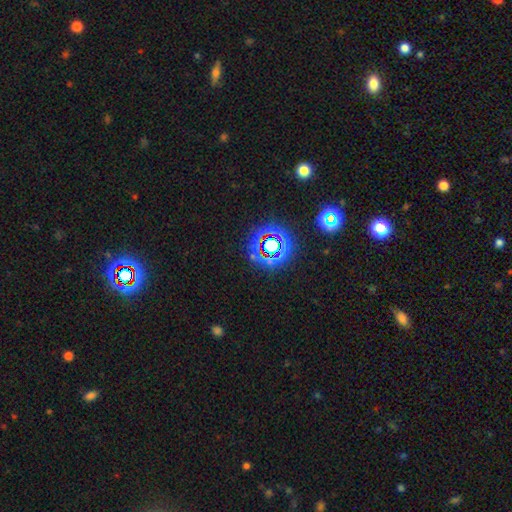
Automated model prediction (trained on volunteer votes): Overall: star or artifact (70%).